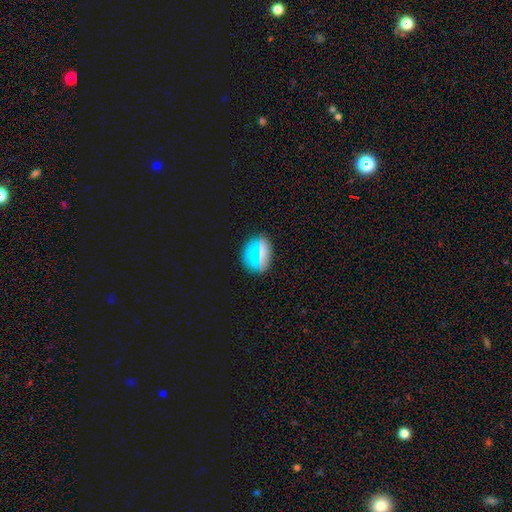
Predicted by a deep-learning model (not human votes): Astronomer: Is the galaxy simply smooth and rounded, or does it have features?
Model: smooth — 64%.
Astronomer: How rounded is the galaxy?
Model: round — 53% (runner-up: in between, 42%).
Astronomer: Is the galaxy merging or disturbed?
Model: none — 87%.